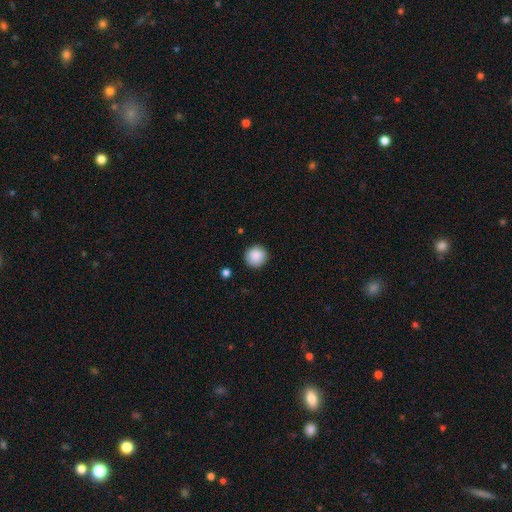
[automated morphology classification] A smooth galaxy with no disk features (89%) that is round (95%).

Vote fractions:
- Smooth or featured? smooth: 89% / star or artifact: 8% / featured or disk: 3%
- How rounded? round: 95% / in between: 4% / cigar-shaped: 1%
- Merging? none: 90% / minor disturbance: 7% / major disturbance: 2% / merger: 1%